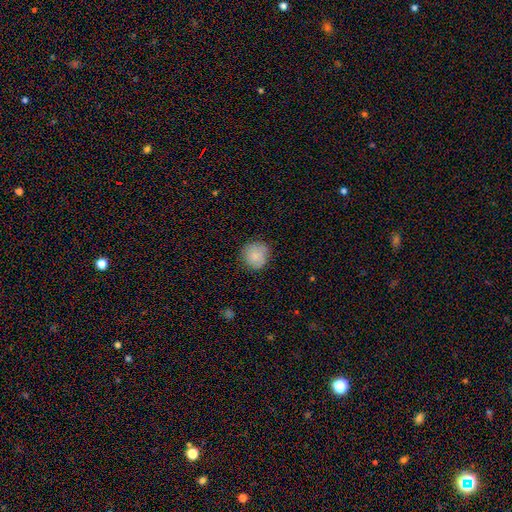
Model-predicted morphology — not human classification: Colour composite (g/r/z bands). It shows a smooth galaxy with no disk features (82%) that is round (89%). Merging: none (78%).